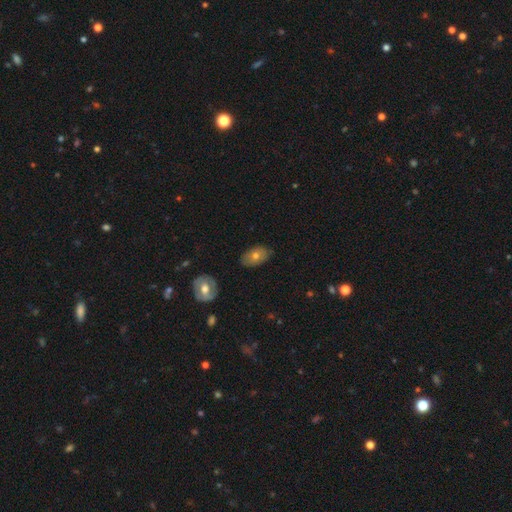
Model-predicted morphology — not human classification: smooth-or-featured: smooth: 63% | featured or disk: 28% | star or artifact: 9%
  how-rounded: in between: 87% | round: 11% | cigar-shaped: 2%
  merging: none: 80% | minor disturbance: 16% | major disturbance: 3% | merger: 2%